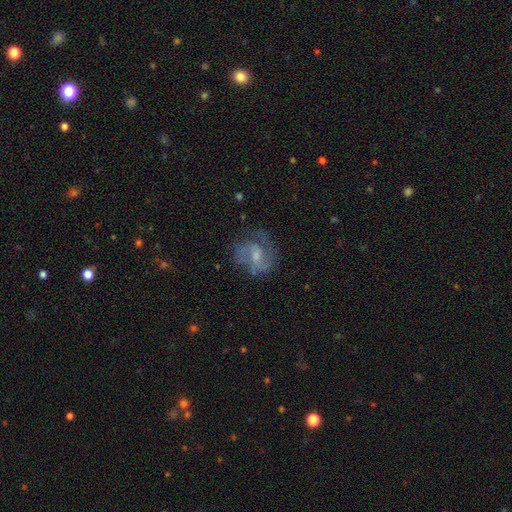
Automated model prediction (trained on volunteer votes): smooth_or_featured: featured or disk (p=0.74) [alt: smooth p=0.18]
disk_edge_on: no (p=0.98) [alt: yes p=0.02]
bar: weak (p=0.50) [alt: no p=0.41]
has_spiral_arms: yes (p=0.88) [alt: no p=0.12]
spiral_winding: medium (p=0.51) [alt: tight p=0.26]
spiral_arm_count: 2 (p=0.60) [alt: can't tell p=0.17]
bulge_size: small (p=0.44) [alt: moderate p=0.40]
merging: none (p=0.60) [alt: minor disturbance p=0.21]